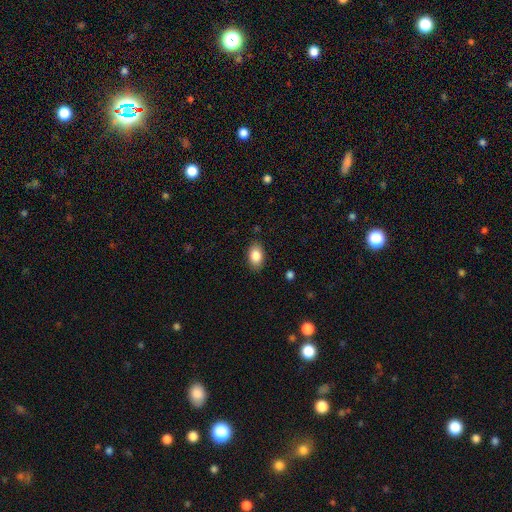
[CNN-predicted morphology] Smooth or featured? smooth (85%)
How rounded? in between (89%)
Merging? none (86%)